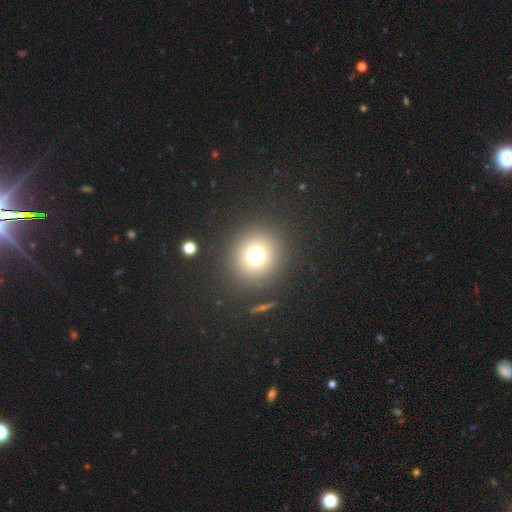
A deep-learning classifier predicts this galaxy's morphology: This is likely a smooth galaxy (71%). How rounded: clearly round (92%). Merging: clearly none (87%).